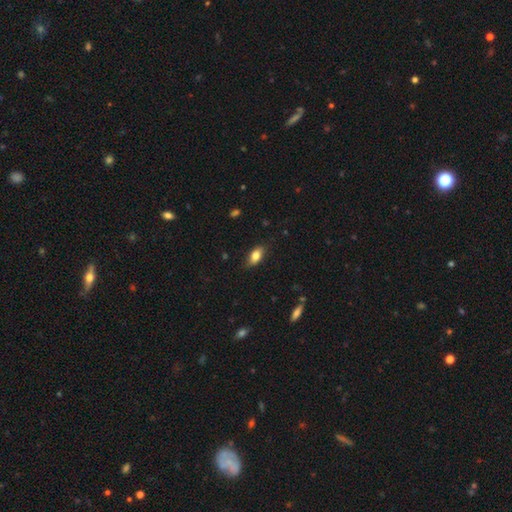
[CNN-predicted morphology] This appears to be a smooth galaxy with no disk features (81%) that is in between round and cigar-shaped (87%). Merging: none (81%).